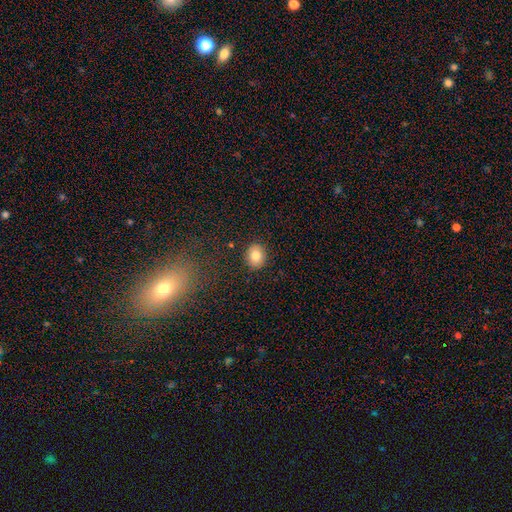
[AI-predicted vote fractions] Smooth or featured?
  - smooth: 82% *
  - star or artifact: 9%
  - featured or disk: 9%
How rounded?
  - round: 63% *
  - in between: 36%
  - cigar-shaped: 1%
Merging?
  - none: 88% *
  - minor disturbance: 8%
  - major disturbance: 2%
  - merger: 2%